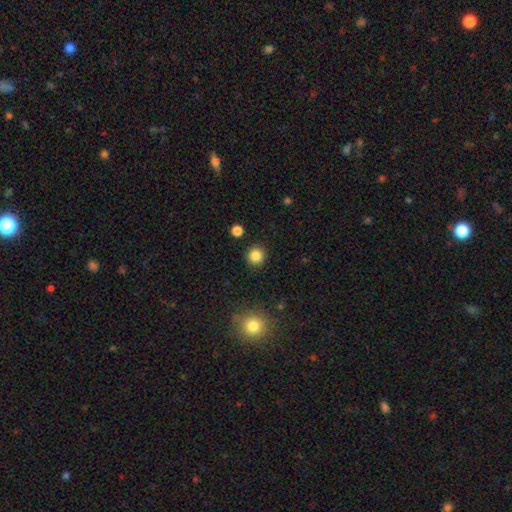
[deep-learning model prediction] The model was most divided on "smooth or featured": smooth: 84%, star or artifact: 12%, featured or disk: 4%. More confident: how rounded — round (94%); merging — none (91%).